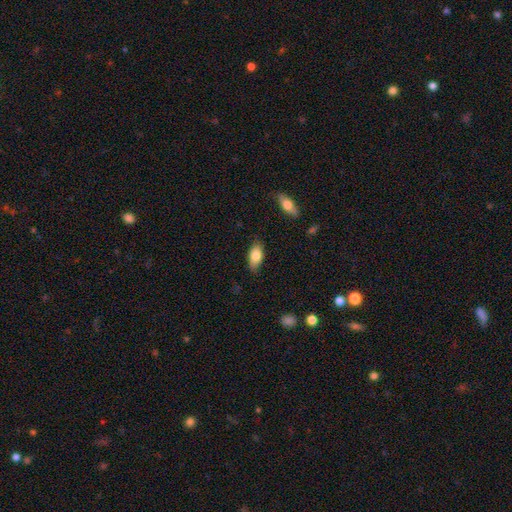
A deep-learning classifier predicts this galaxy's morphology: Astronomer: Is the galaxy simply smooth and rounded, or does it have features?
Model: smooth — 81%.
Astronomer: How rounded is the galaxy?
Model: in between — 88%.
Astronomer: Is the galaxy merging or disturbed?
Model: none — 81%.